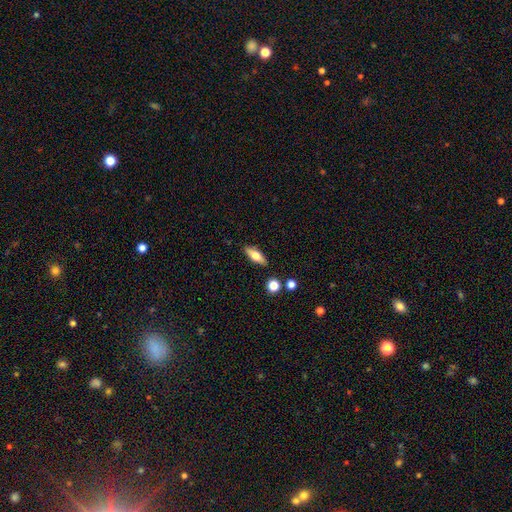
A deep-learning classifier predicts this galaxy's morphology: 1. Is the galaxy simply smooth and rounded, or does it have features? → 62% smooth, 31% featured or disk, 7% star or artifact.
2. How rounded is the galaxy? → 63% in between, 34% cigar-shaped, 4% round.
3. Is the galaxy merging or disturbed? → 86% none, 9% minor disturbance, 3% merger, 2% major disturbance.